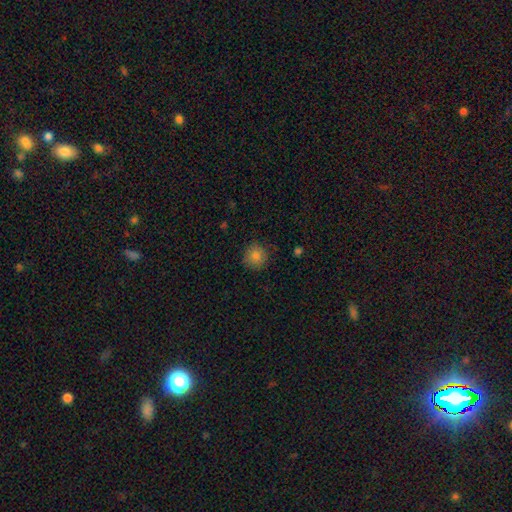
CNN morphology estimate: Smooth or featured: smooth — 83% (star or artifact — 10%)
How rounded: round — 92% (in between — 7%)
Merging: none — 86% (minor disturbance — 11%)